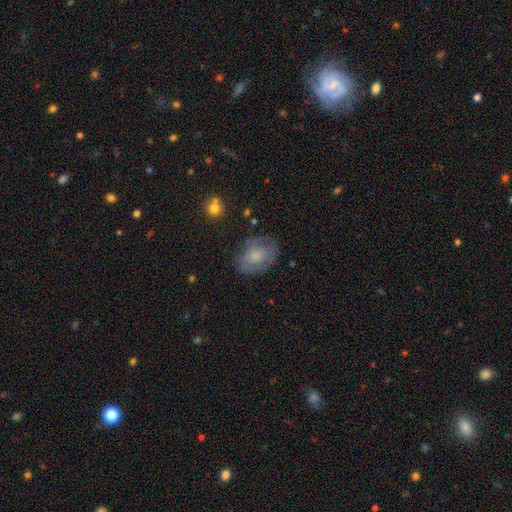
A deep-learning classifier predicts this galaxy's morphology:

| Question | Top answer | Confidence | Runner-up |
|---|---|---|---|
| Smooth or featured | smooth | 66% | featured or disk (26%) |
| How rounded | in between | 77% | round (22%) |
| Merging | none | 66% | minor disturbance (24%) |